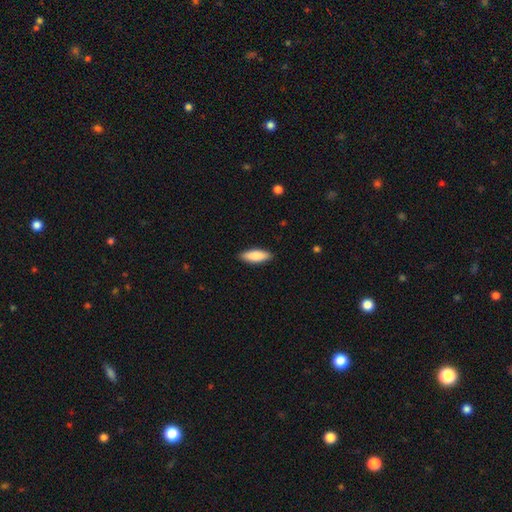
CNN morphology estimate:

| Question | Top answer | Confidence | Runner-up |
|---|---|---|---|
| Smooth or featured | smooth | 84% | featured or disk (11%) |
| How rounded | in between | 63% | cigar-shaped (36%) |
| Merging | none | 89% | minor disturbance (8%) |